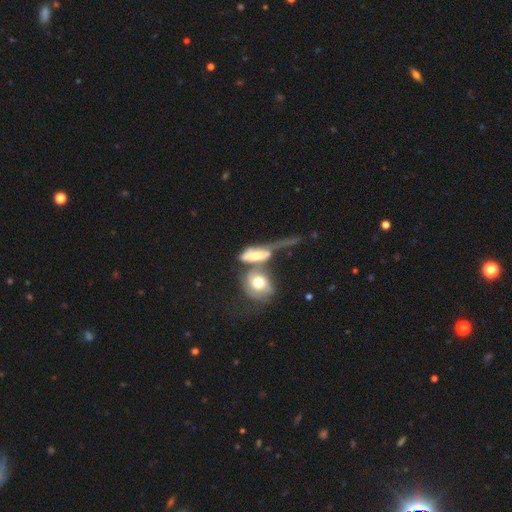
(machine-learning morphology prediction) Smooth or featured?
  - featured or disk: 46% *
  - smooth: 45%
  - star or artifact: 9%
Merging?
  - merger: 61% *
  - major disturbance: 20%
  - none: 11%
  - minor disturbance: 8%